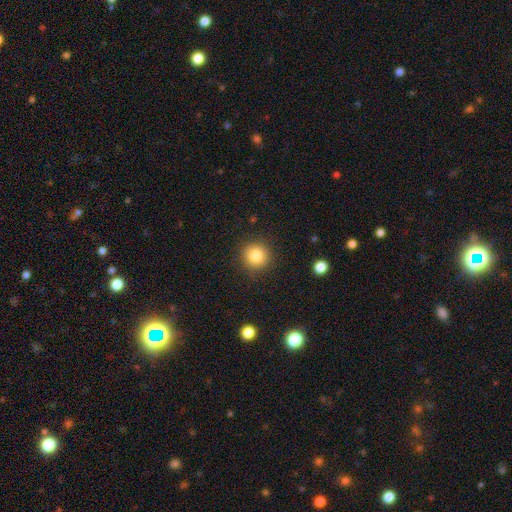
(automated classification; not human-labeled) Overall: smooth (83%). How rounded: round (94%). Merging: none (90%).